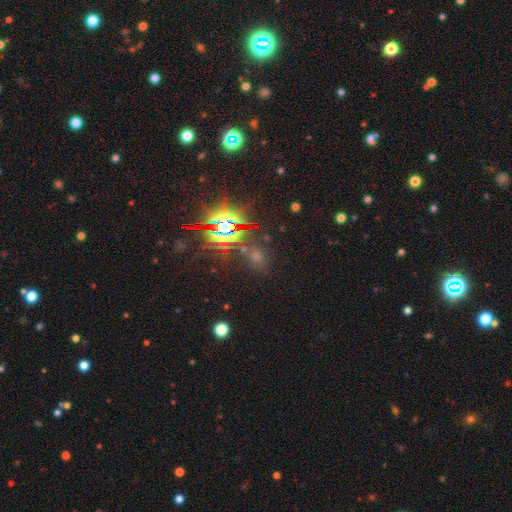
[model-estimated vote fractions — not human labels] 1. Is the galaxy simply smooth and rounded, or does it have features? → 69% star or artifact, 22% smooth, 9% featured or disk.